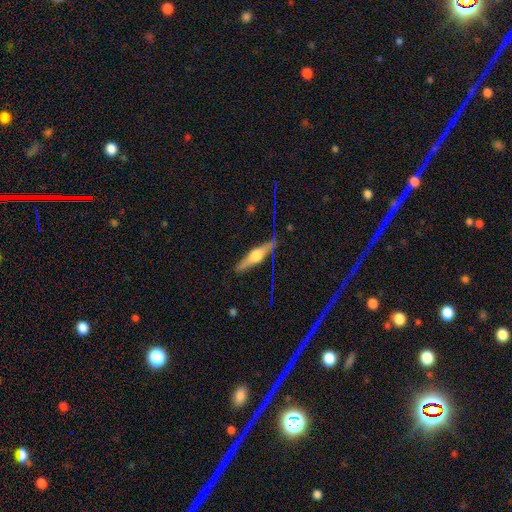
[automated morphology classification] smooth_or_featured: featured or disk (p=0.65) [alt: smooth p=0.27]
disk_edge_on: yes (p=0.94) [alt: no p=0.06]
edge_on_bulge: rounded (p=0.91) [alt: boxy p=0.06]
merging: none (p=0.80) [alt: minor disturbance p=0.14]